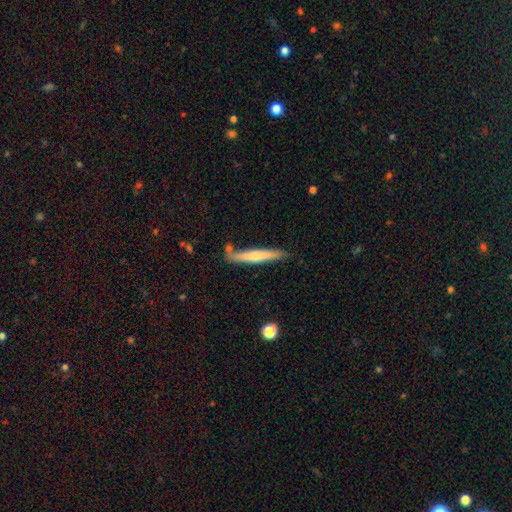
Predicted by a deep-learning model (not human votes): A smooth galaxy with no disk features (53%) that is cigar-shaped (94%). Merging: none (76%).